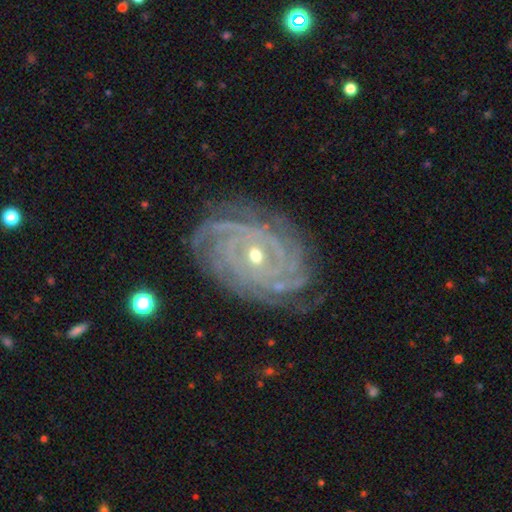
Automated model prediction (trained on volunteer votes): A featured or disk galaxy (90%) with no bar (67%), 4 (23%) tight (82%) spiral arms (97%) and a small central bulge (61%).

Vote fractions:
- Smooth or featured? featured or disk: 90% / star or artifact: 6% / smooth: 5%
- Edge-on disk? no: 96% / yes: 4%
- Bar? no: 67% / weak: 23% / strong: 9%
- Spiral arms? yes: 97% / no: 3%
- Spiral winding? tight: 82% / medium: 15% / loose: 3%
- Spiral arm count? 4: 23% / can't tell: 22% / more than 4: 20% / 3: 16% / 2: 12% / 1: 7%
- Bulge size? small: 61% / moderate: 36% / large: 1% / none: 1% / dominant: 1%
- Merging? none: 75% / minor disturbance: 18% / major disturbance: 6% / merger: 2%